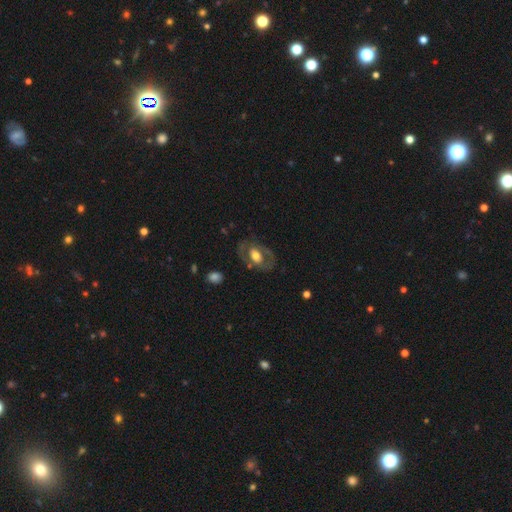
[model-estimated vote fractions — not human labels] smooth_or_featured: featured or disk (p=0.60) [alt: smooth p=0.33]
disk_edge_on: no (p=0.93) [alt: yes p=0.07]
bar: no (p=0.65) [alt: weak p=0.25]
has_spiral_arms: no (p=0.61) [alt: yes p=0.39]
bulge_size: moderate (p=0.51) [alt: large p=0.36]
merging: none (p=0.71) [alt: minor disturbance p=0.16]